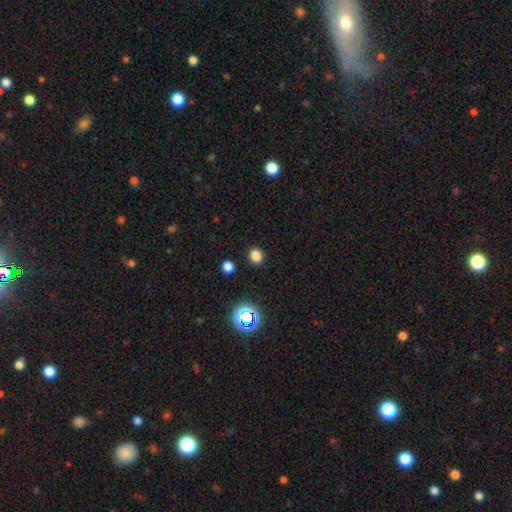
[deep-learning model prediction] This appears to be a smooth galaxy with no disk features (79%) that is round (75%). Merging: none (90%).